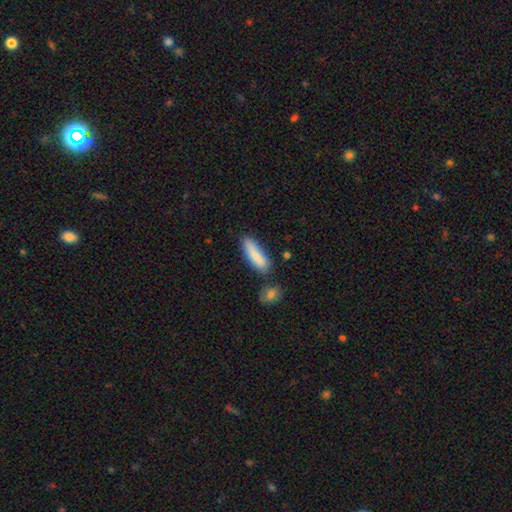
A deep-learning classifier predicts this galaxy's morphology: type=smooth (85%); roundness=cigar-shaped (59%); merging=none (72%).